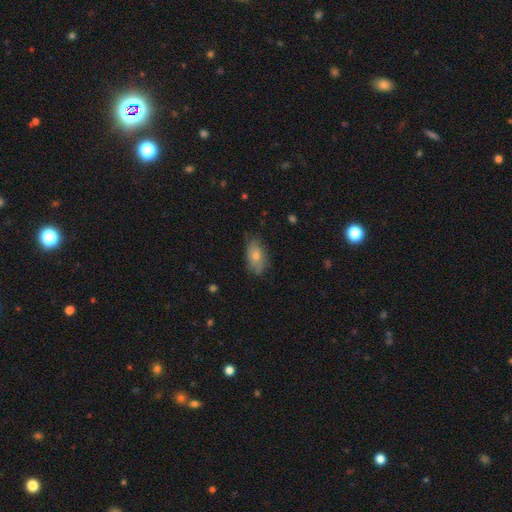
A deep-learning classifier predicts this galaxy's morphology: The model was most divided on "smooth or featured": smooth: 57%, featured or disk: 33%, star or artifact: 10%. More confident: how rounded — in between (88%); merging — none (71%).